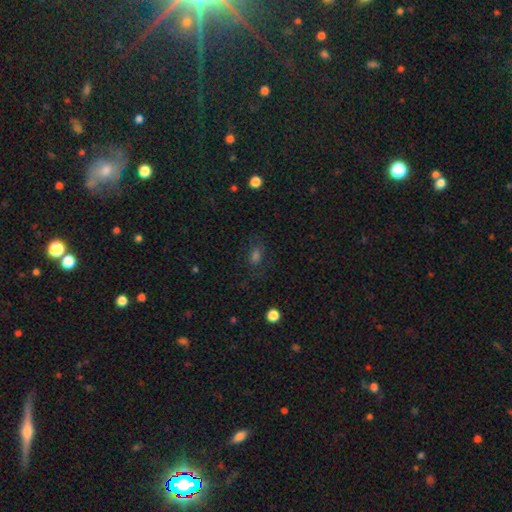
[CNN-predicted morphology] A smooth galaxy with no disk features (53%) that is in between round and cigar-shaped (68%).

Vote fractions:
- Smooth or featured? smooth: 53% / star or artifact: 30% / featured or disk: 16%
- How rounded? in between: 68% / round: 29% / cigar-shaped: 3%
- Merging? none: 69% / minor disturbance: 17% / major disturbance: 12% / merger: 2%